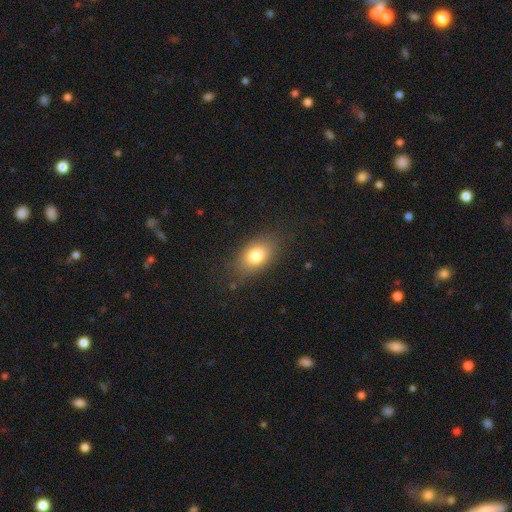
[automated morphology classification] Smooth or featured? smooth (79%)
How rounded? in between (84%)
Merging? none (80%)